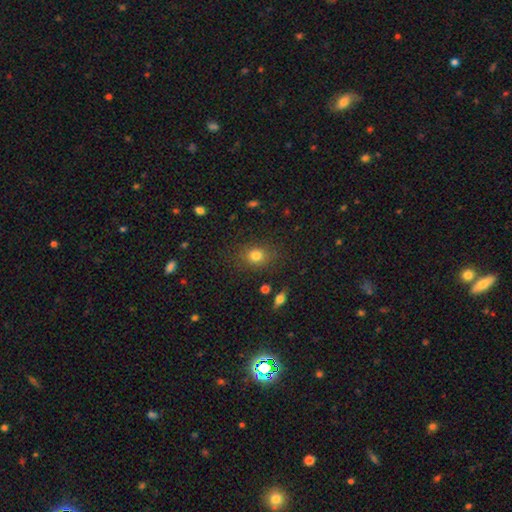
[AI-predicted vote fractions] This is likely a smooth galaxy (80%). How rounded: possibly round (55%). Merging: clearly none (82%).